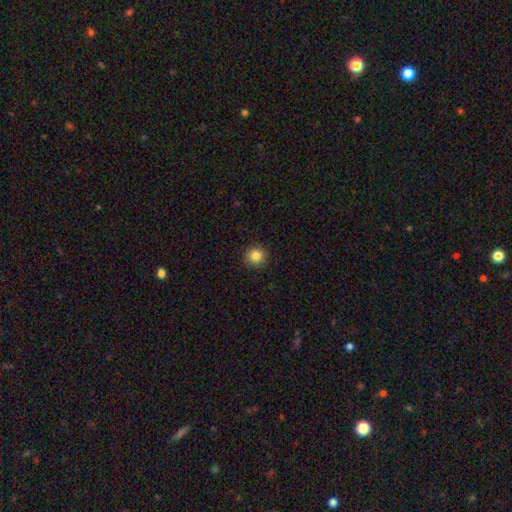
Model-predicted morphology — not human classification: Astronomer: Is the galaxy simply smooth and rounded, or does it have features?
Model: smooth — 85%.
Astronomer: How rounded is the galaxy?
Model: round — 93%.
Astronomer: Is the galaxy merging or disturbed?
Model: none — 92%.